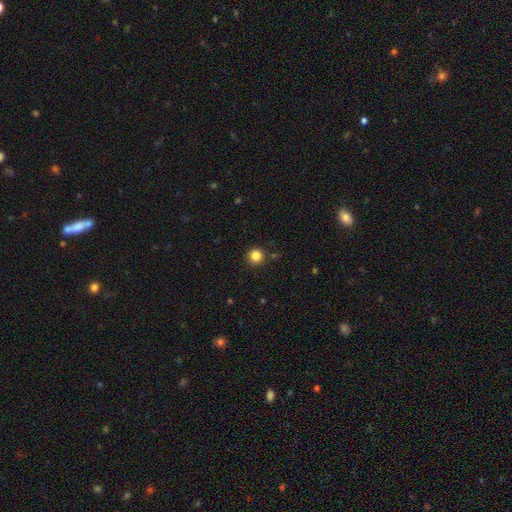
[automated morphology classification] Smooth or featured: smooth — 84% (star or artifact — 12%)
How rounded: round — 95% (in between — 4%)
Merging: none — 90% (minor disturbance — 6%)